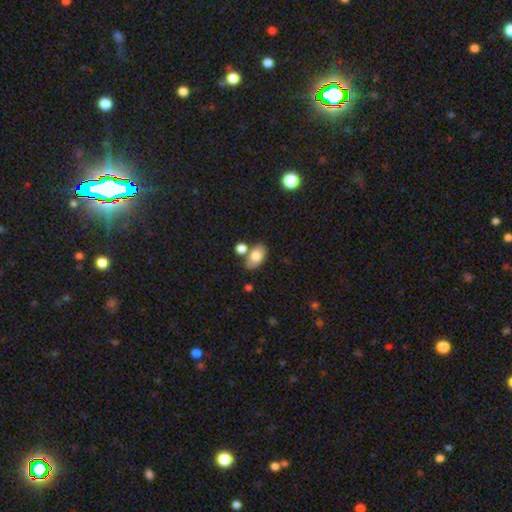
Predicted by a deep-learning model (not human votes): Smooth or featured?
  - smooth: 77% *
  - featured or disk: 15%
  - star or artifact: 8%
How rounded?
  - in between: 89% *
  - round: 9%
  - cigar-shaped: 2%
Merging?
  - none: 65% *
  - merger: 18%
  - minor disturbance: 13%
  - major disturbance: 4%